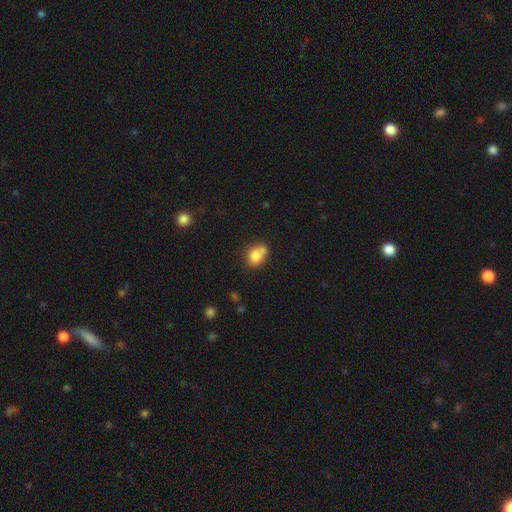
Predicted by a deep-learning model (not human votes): A smooth galaxy with no disk features (78%) that is round (58%).

Vote fractions:
- Smooth or featured? smooth: 78% / featured or disk: 11% / star or artifact: 10%
- How rounded? round: 58% / in between: 41% / cigar-shaped: 1%
- Merging? none: 44% / merger: 33% / minor disturbance: 17% / major disturbance: 6%